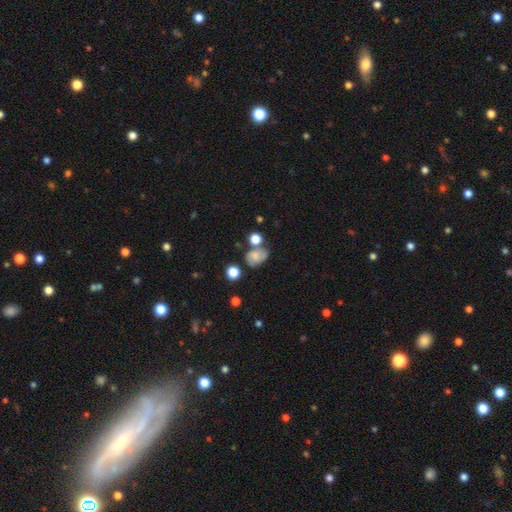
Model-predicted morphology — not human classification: A smooth galaxy with no disk features (59%) that is in between round and cigar-shaped (57%).

Vote fractions:
- Smooth or featured? smooth: 59% / featured or disk: 28% / star or artifact: 12%
- How rounded? in between: 57% / round: 41% / cigar-shaped: 1%
- Merging? none: 46% / minor disturbance: 24% / merger: 19% / major disturbance: 11%